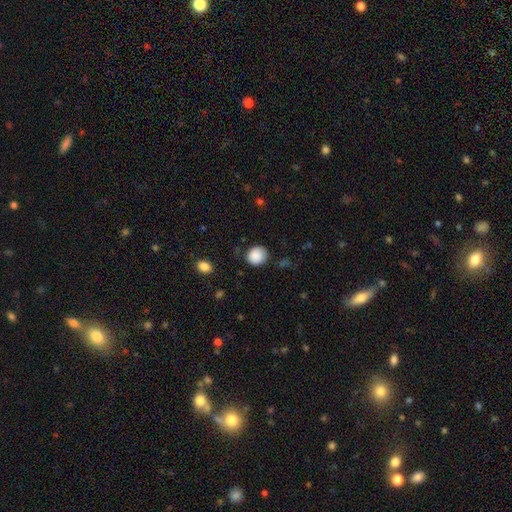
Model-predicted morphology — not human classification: smooth 88%, star or artifact 8%, featured or disk 4%. Down the decision tree: how rounded — round (87%); merging — none (80%).